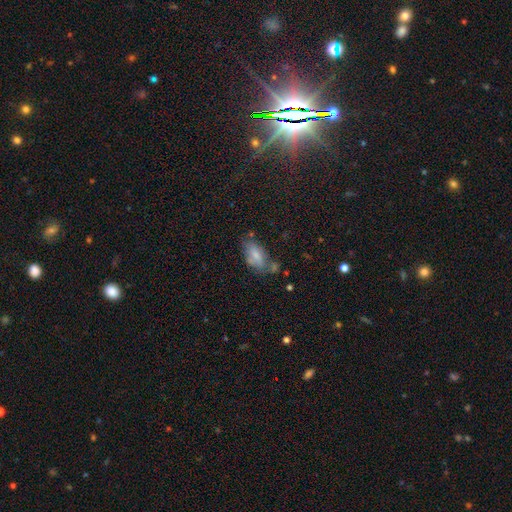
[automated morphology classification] The model was most divided on "merging": none: 50%, minor disturbance: 27%, merger: 12%, major disturbance: 10%. More confident: how rounded — in between (87%); smooth or featured — smooth (70%).